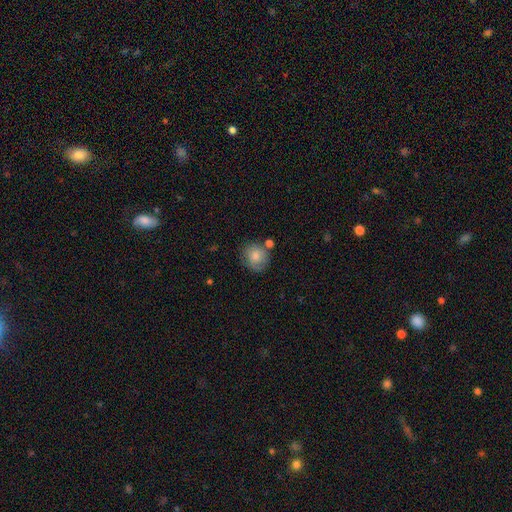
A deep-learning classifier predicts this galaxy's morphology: Smooth or featured: smooth — 77% (featured or disk — 15%)
How rounded: round — 82% (in between — 17%)
Merging: none — 66% (minor disturbance — 18%)